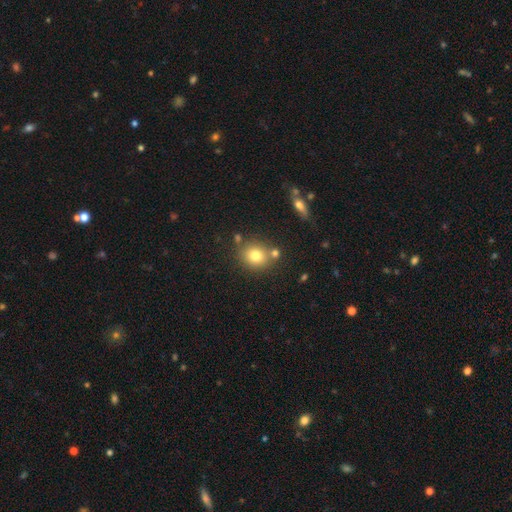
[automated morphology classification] A smooth galaxy with no disk features (78%) that is round (77%). Merging: none (71%).